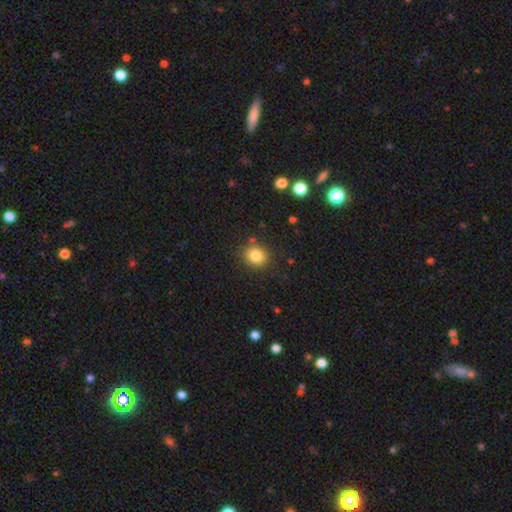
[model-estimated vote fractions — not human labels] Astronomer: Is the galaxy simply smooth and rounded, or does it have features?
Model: smooth — 82%.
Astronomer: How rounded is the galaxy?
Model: round — 79%.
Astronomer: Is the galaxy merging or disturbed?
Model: none — 85%.